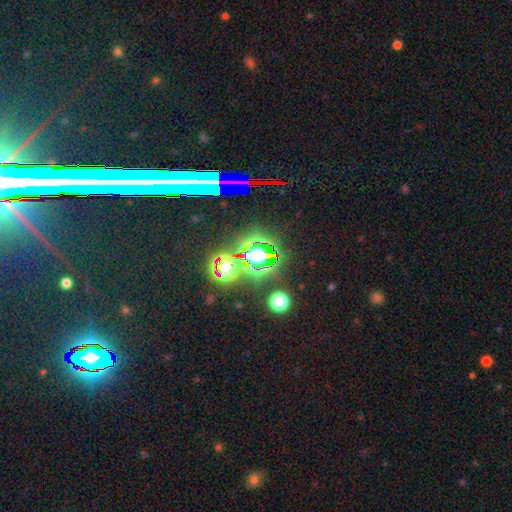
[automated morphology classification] Overall: star or artifact (70%).